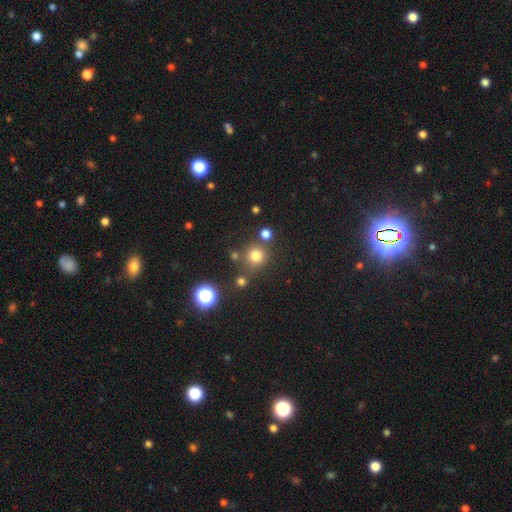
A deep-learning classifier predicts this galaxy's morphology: type=smooth (76%); roundness=round (92%); merging=none (77%).